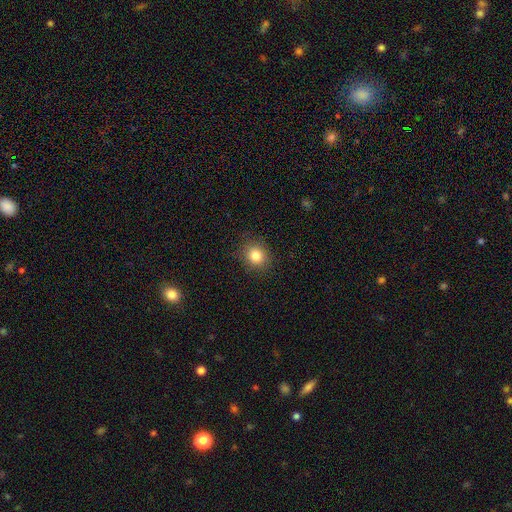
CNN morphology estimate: Smooth or featured? smooth (82%)
How rounded? round (79%)
Merging? none (88%)